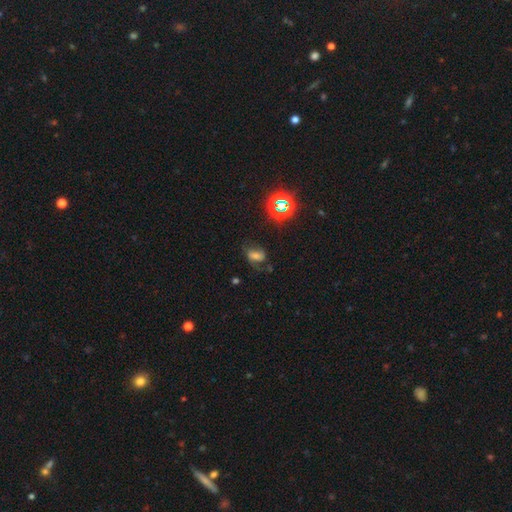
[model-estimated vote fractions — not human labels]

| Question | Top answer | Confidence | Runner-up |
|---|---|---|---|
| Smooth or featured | featured or disk | 40% | smooth (36%) |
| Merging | none | 55% | minor disturbance (24%) |